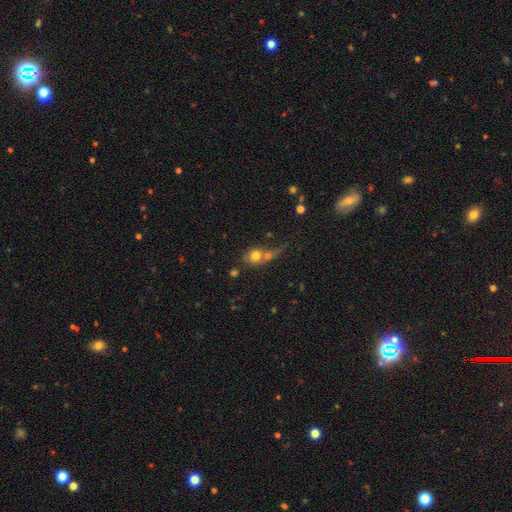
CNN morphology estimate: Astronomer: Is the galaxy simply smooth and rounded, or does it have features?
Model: smooth — 72%.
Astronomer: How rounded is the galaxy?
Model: round — 72%.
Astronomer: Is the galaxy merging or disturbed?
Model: merger — 51% (runner-up: none, 30%).